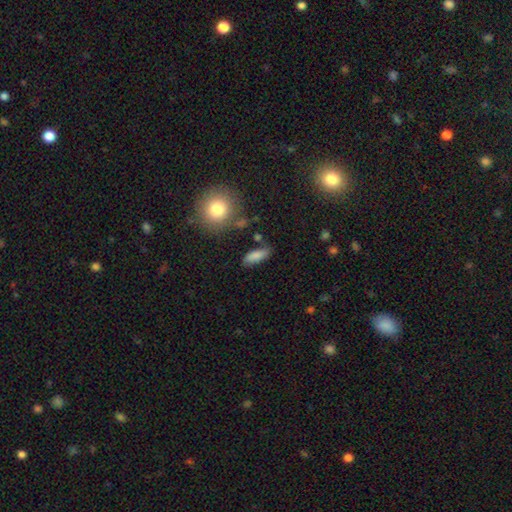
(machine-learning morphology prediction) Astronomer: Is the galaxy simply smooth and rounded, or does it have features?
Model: smooth — 81%.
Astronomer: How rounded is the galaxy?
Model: in between — 68%.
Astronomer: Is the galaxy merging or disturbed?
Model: none — 70%.